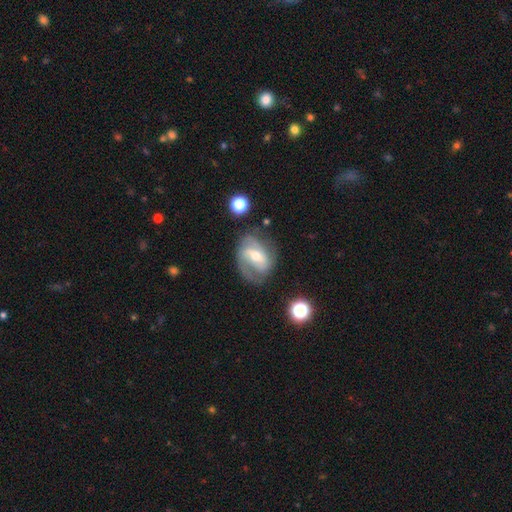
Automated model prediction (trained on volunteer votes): Overall: featured or disk (78%). Edge-on disk: no (96%). Bar: weak (47%; strong 30%). Spiral arms: yes (91%). Spiral arm count: 2 (62%). Spiral winding: medium (46%; tight 31%). Bulge size: moderate (62%; small 32%). Merging: none (63%).